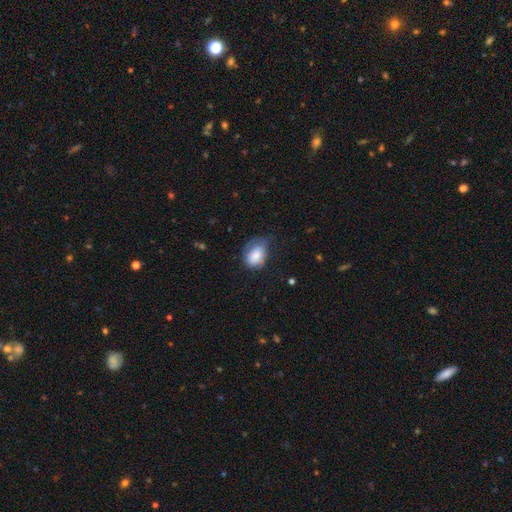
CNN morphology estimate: type=smooth (78%); roundness=in between (80%); merging=none (38%, tied with minor disturbance).